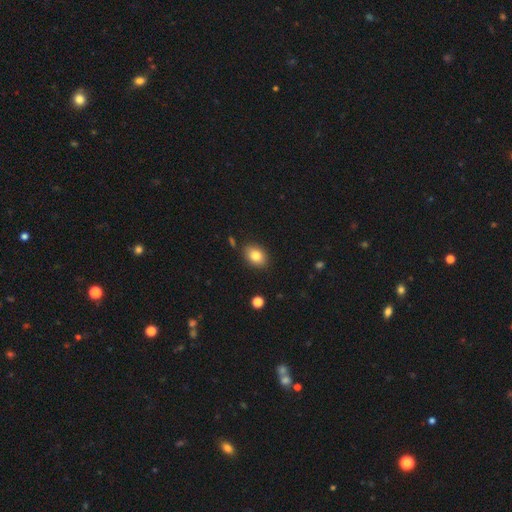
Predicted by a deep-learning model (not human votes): smooth-or-featured: smooth: 81% | featured or disk: 10% | star or artifact: 9%
  how-rounded: in between: 74% | round: 24% | cigar-shaped: 1%
  merging: none: 84% | minor disturbance: 11% | merger: 2% | major disturbance: 2%